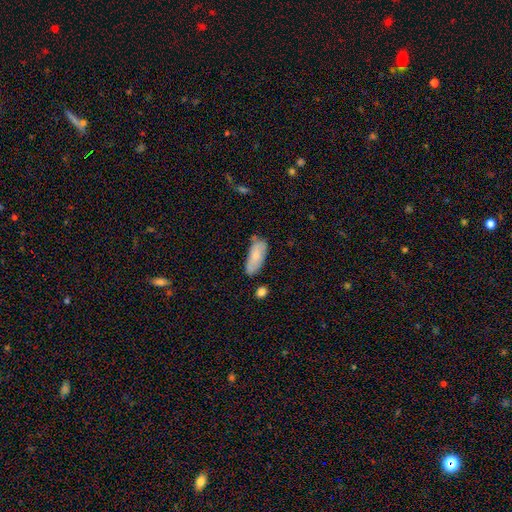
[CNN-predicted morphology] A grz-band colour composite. It shows a smooth galaxy with no disk features (75%) that is in between round and cigar-shaped (82%). Merging: none (63%).